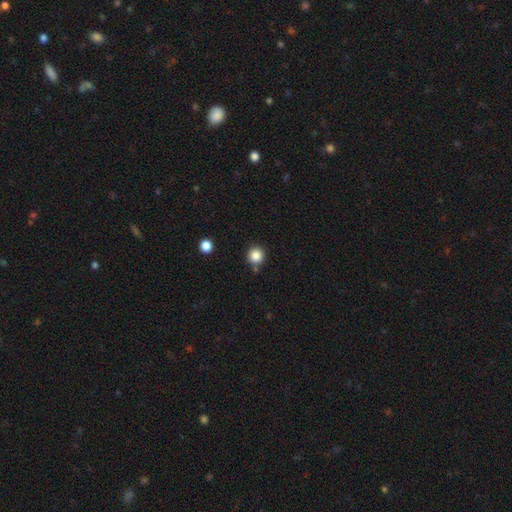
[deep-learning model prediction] A smooth galaxy with no disk features (85%) that is round (94%). Merging: none (84%).